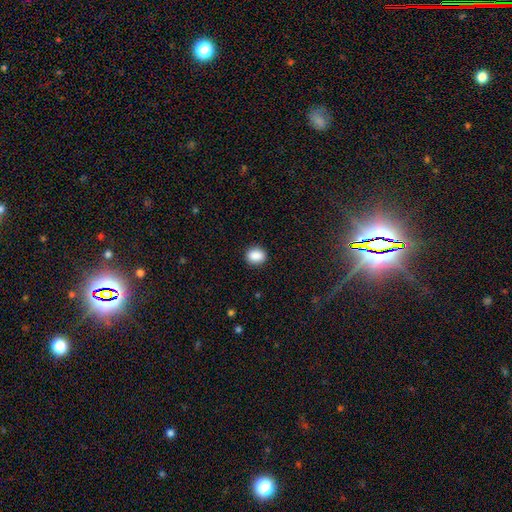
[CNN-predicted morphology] This is clearly a smooth galaxy (88%). How rounded: possibly round (57%). Merging: clearly none (89%).